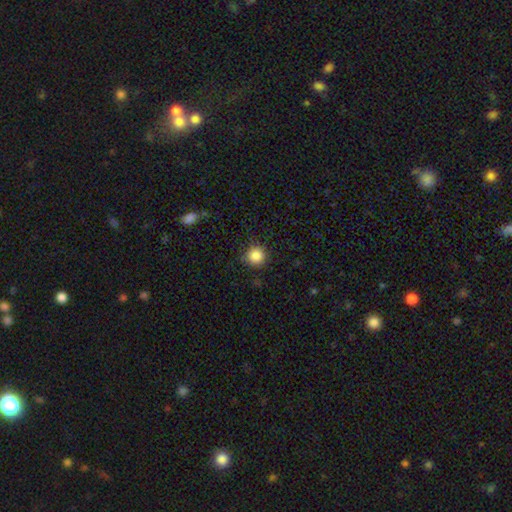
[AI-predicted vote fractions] This is clearly a smooth galaxy (86%). How rounded: clearly round (94%). Merging: clearly none (87%).